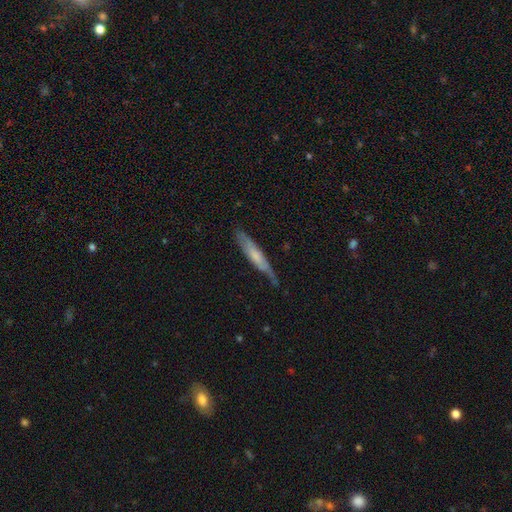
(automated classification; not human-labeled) This appears to be a smooth galaxy with no disk features (53%) that is cigar-shaped (90%). Merging: none (71%).